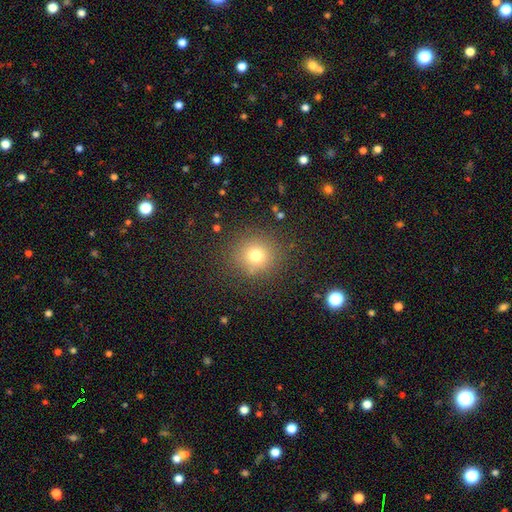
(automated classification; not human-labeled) smooth 73%, star or artifact 17%, featured or disk 10%. Down the decision tree: how rounded — round (90%); merging — none (85%).